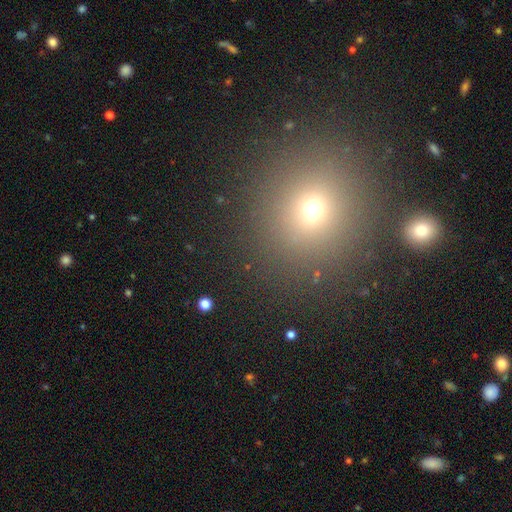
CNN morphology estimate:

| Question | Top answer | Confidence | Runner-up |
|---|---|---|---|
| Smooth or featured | smooth | 59% | star or artifact (32%) |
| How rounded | round | 88% | in between (11%) |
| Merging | none | 87% | minor disturbance (7%) |